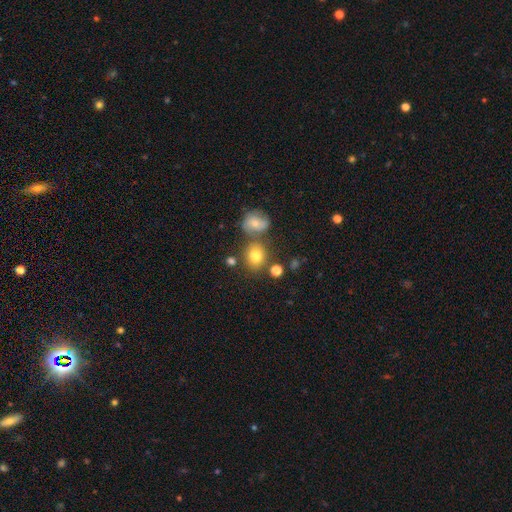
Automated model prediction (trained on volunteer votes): Q: Smooth or featured?
A: smooth (76%); runner-up: featured or disk (12%)
Q: How rounded?
A: round (75%); runner-up: in between (24%)
Q: Merging?
A: none (65%); runner-up: merger (19%)